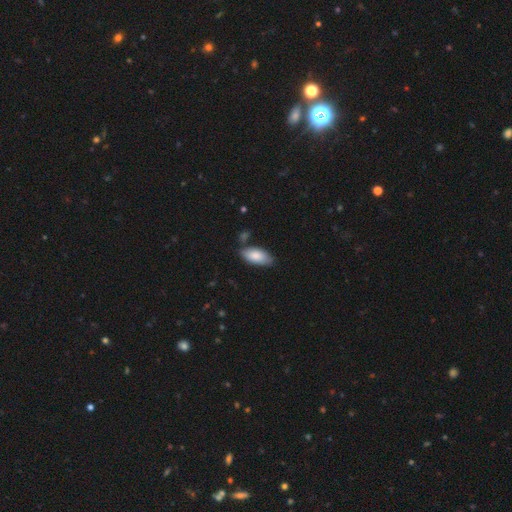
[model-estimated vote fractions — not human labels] Smooth or featured?
  - smooth: 86% *
  - featured or disk: 9%
  - star or artifact: 6%
How rounded?
  - in between: 90% *
  - cigar-shaped: 8%
  - round: 2%
Merging?
  - none: 73% *
  - minor disturbance: 18%
  - merger: 5%
  - major disturbance: 3%